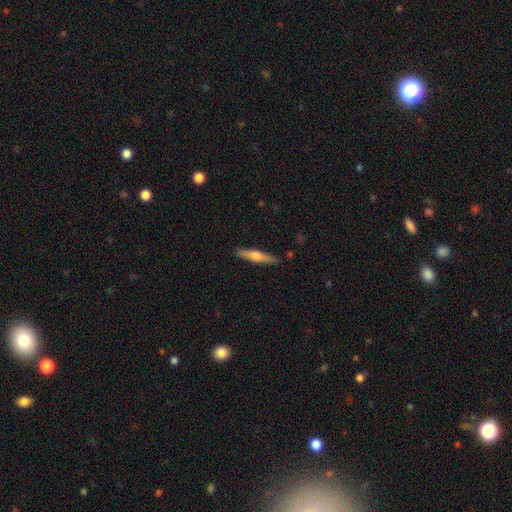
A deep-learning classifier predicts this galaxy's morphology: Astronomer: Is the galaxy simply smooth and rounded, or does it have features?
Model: featured or disk — 52% (runner-up: smooth, 43%).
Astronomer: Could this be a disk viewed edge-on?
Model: yes — 96%.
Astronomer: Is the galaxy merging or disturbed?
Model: none — 88%.